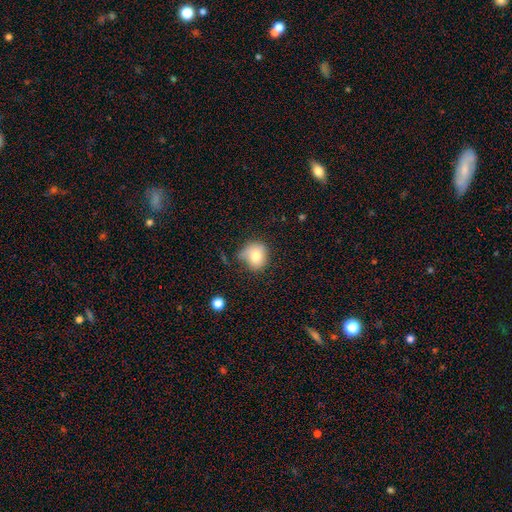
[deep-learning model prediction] smooth 76%, featured or disk 14%, star or artifact 10%. Down the decision tree: how rounded — round (77%); merging — none (52%).